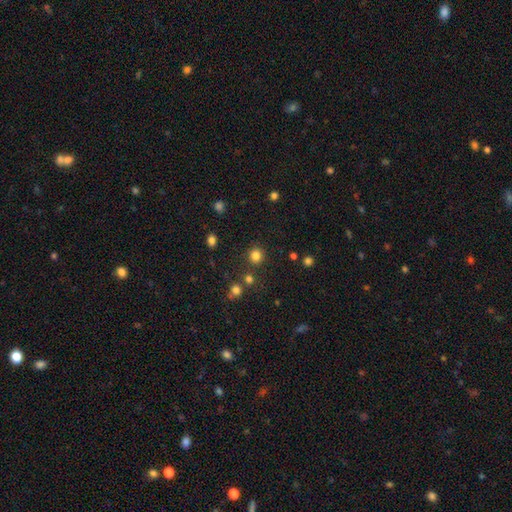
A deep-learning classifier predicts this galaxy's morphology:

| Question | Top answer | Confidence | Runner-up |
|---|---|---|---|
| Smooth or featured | smooth | 81% | star or artifact (15%) |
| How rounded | round | 92% | in between (7%) |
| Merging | none | 87% | minor disturbance (6%) |